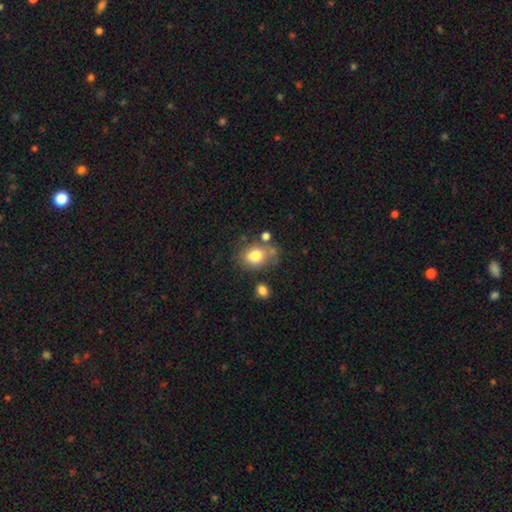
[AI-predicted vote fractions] Smooth or featured: smooth — 78% (featured or disk — 13%)
How rounded: in between — 53% (round — 46%)
Merging: none — 60% (minor disturbance — 19%)